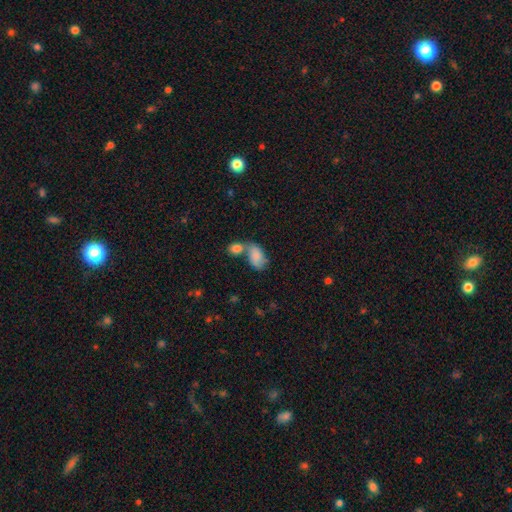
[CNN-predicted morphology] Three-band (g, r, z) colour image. It shows a smooth galaxy with no disk features (74%) that is in between round and cigar-shaped (90%). Merging: merger (55%).